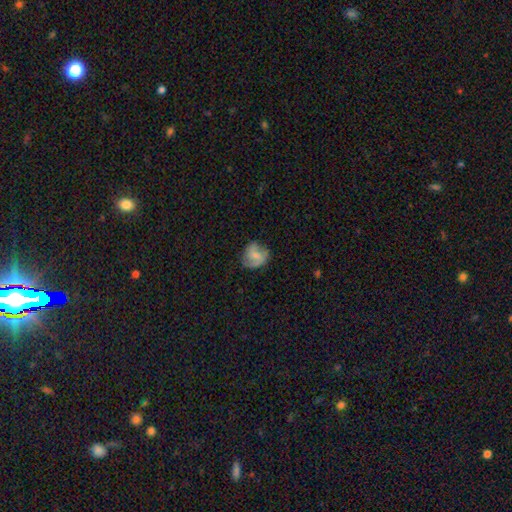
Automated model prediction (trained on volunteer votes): Smooth or featured: featured or disk — 47% (smooth — 44%)
Merging: none — 60% (minor disturbance — 26%)